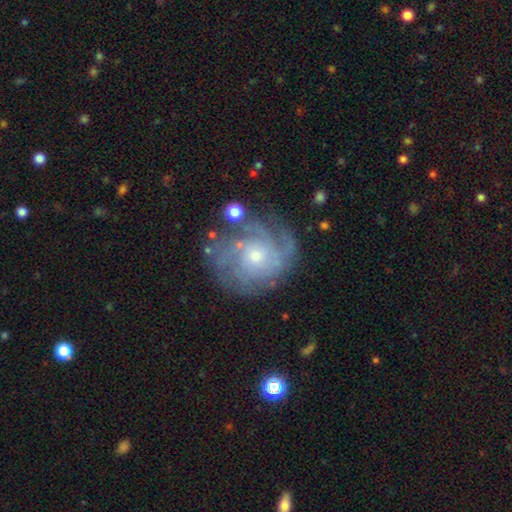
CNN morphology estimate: Overall: featured or disk (82%). Edge-on disk: no (98%). Bar: no (80%). Spiral arms: yes (94%). Spiral arm count: can't tell (32%; 4 20%). Spiral winding: tight (61%; medium 30%). Bulge size: small (66%; moderate 30%). Merging: none (71%).